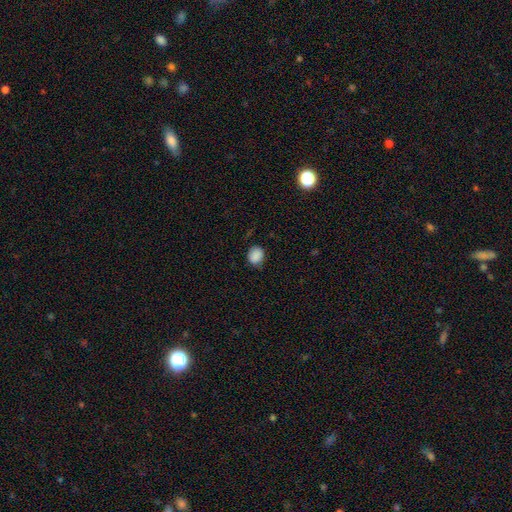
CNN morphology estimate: smooth 87%, star or artifact 9%, featured or disk 4%. Down the decision tree: how rounded — round (69%); merging — none (73%).